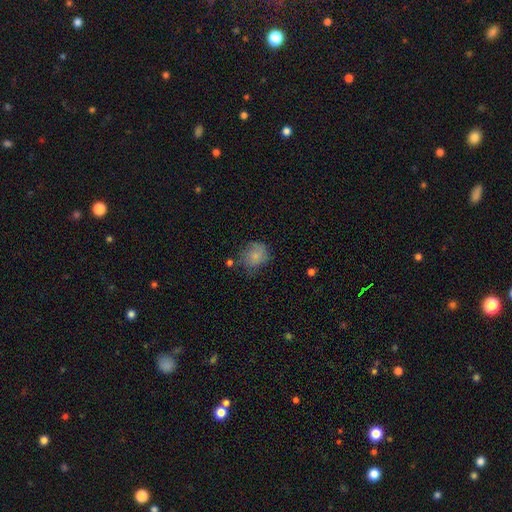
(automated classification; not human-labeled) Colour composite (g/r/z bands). It shows a smooth galaxy with no disk features (79%) that is round (75%). Merging: none (62%).